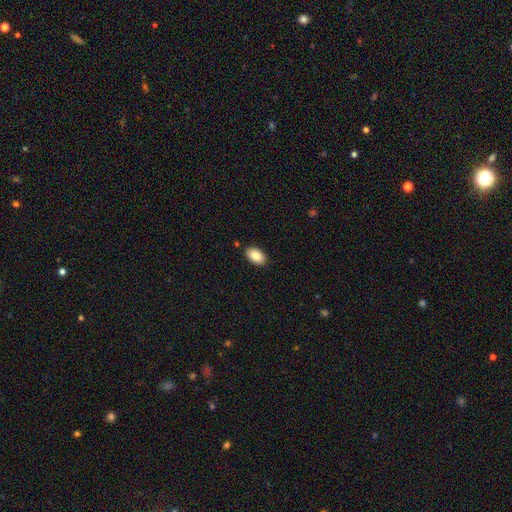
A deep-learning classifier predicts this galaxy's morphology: Q: Smooth or featured?
A: smooth (87%); runner-up: star or artifact (7%)
Q: How rounded?
A: in between (92%); runner-up: round (6%)
Q: Merging?
A: none (88%); runner-up: minor disturbance (9%)